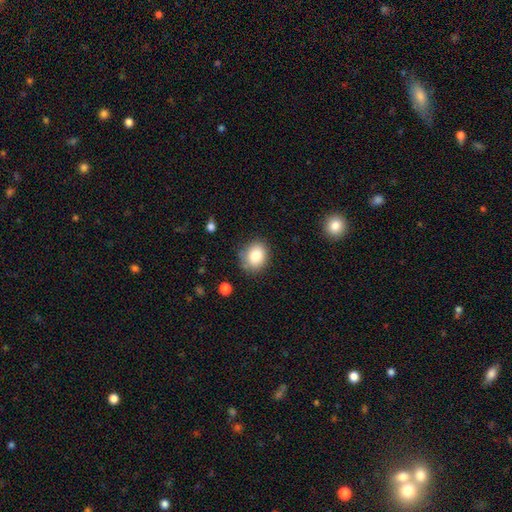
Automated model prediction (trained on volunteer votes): A smooth galaxy with no disk features (83%) that is round (59%).

Vote fractions:
- Smooth or featured? smooth: 83% / star or artifact: 9% / featured or disk: 8%
- How rounded? round: 59% / in between: 40% / cigar-shaped: 1%
- Merging? none: 80% / minor disturbance: 15% / major disturbance: 3% / merger: 2%